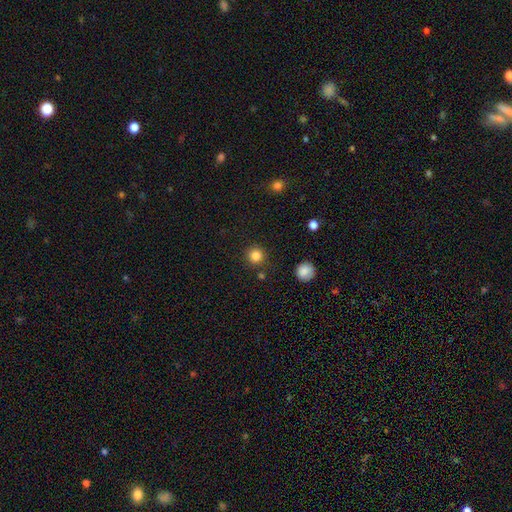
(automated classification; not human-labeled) A smooth galaxy with no disk features (83%) that is round (95%). Merging: none (88%).